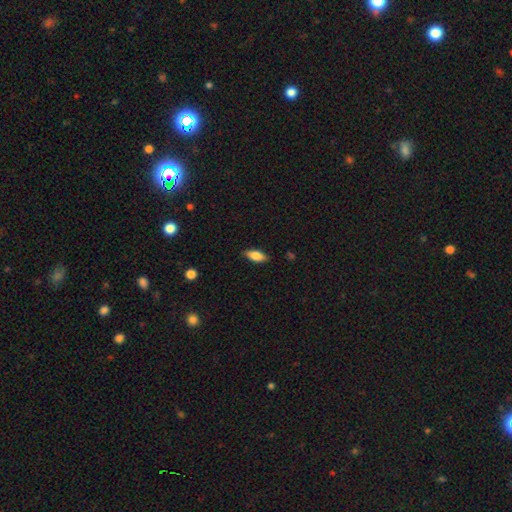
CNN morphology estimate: Smooth or featured? Predicted: smooth (p=0.77). How rounded? Predicted: in between (p=0.83). Merging? Predicted: none (p=0.85).